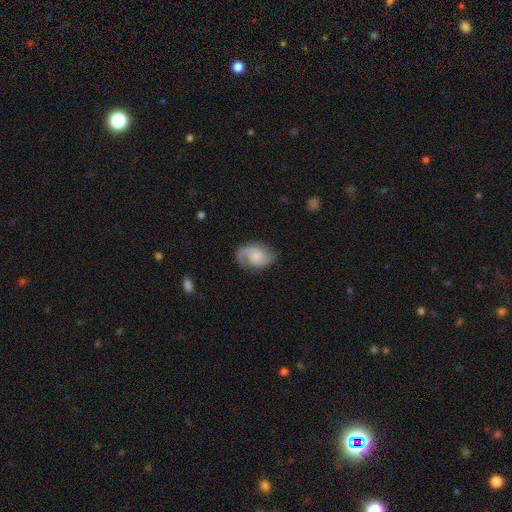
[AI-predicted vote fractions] The model was most divided on "bulge size": small: 37%, moderate: 26%, none: 25%, large: 9%, dominant: 2%. Remaining: edge-on disk — no (97%); spiral arms — yes (94%); spiral arm count — 2 (70%); merging — none (70%); smooth or featured — featured or disk (68%); bar — no (64%); spiral winding — medium (46%).